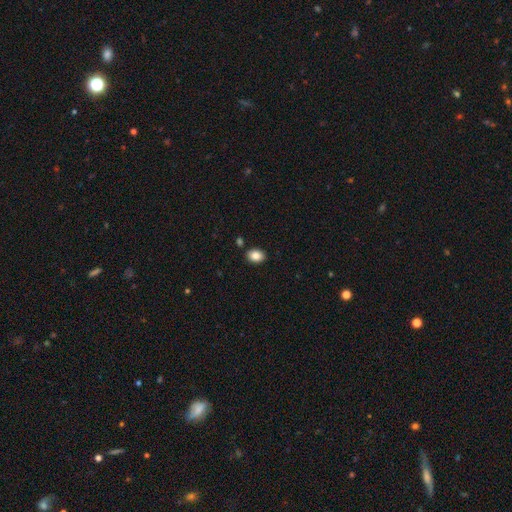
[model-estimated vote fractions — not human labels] Smooth or featured: smooth — 86% (star or artifact — 8%)
How rounded: in between — 75% (round — 24%)
Merging: none — 87% (minor disturbance — 8%)